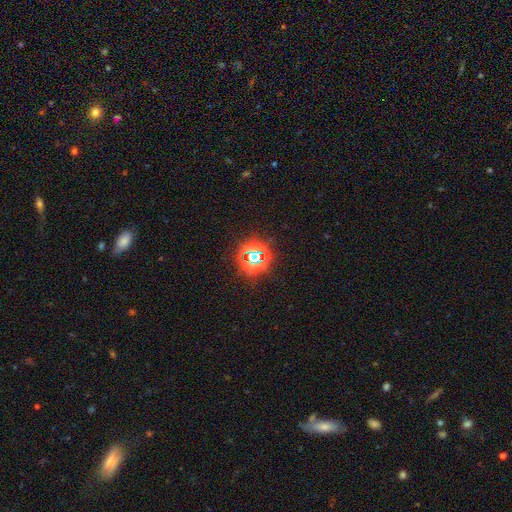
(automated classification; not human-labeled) Smooth or featured? Predicted: star or artifact (p=0.73).